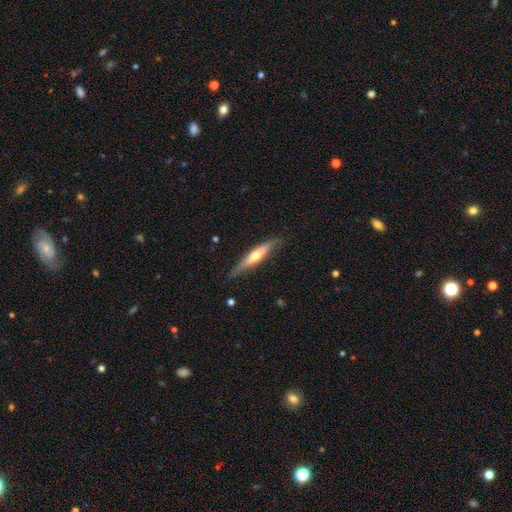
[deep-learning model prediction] This is possibly a featured or disk galaxy (59%). It is clearly viewed edge-on (91%). Edge-on bulge: clearly rounded (84%). Merging: likely none (78%).